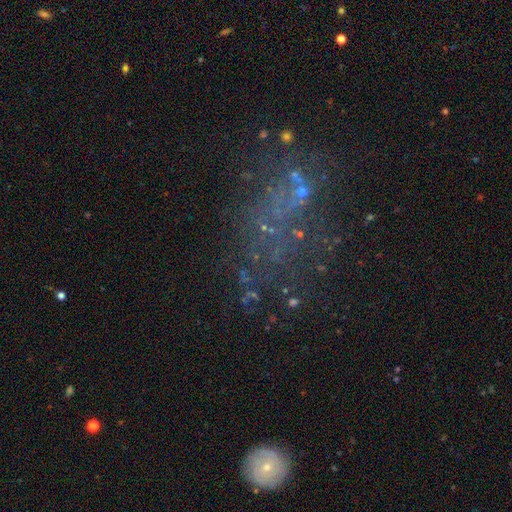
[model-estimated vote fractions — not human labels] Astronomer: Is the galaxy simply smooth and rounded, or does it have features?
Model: featured or disk — 43% (runner-up: star or artifact, 38%).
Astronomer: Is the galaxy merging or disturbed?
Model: none — 49% (runner-up: major disturbance, 27%).